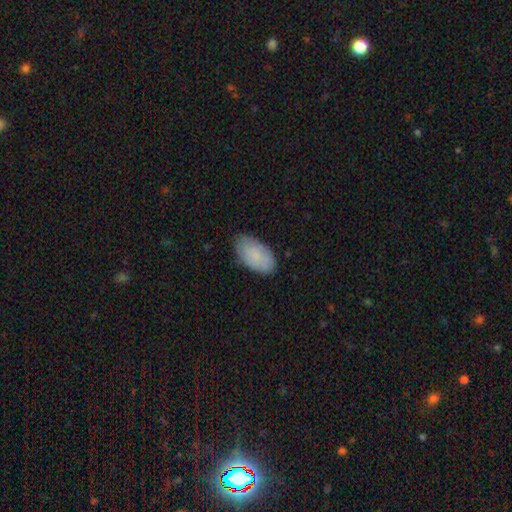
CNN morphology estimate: Q: Smooth or featured?
A: smooth (84%); runner-up: featured or disk (10%)
Q: How rounded?
A: in between (95%); runner-up: round (3%)
Q: Merging?
A: none (79%); runner-up: minor disturbance (17%)